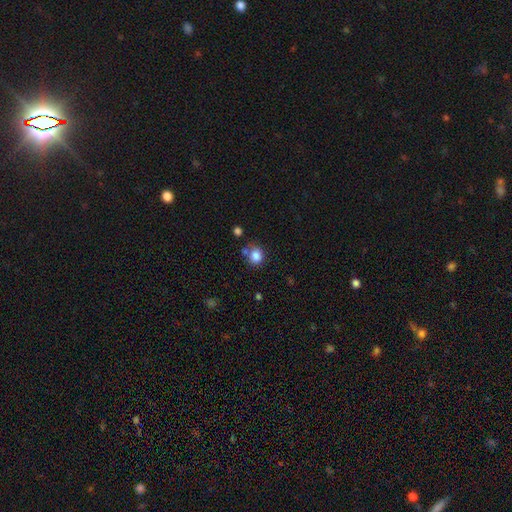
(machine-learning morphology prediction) The model was most divided on "how rounded": round: 68%, in between: 31%, cigar-shaped: 1%. More confident: smooth or featured — smooth (83%); merging — none (61%).